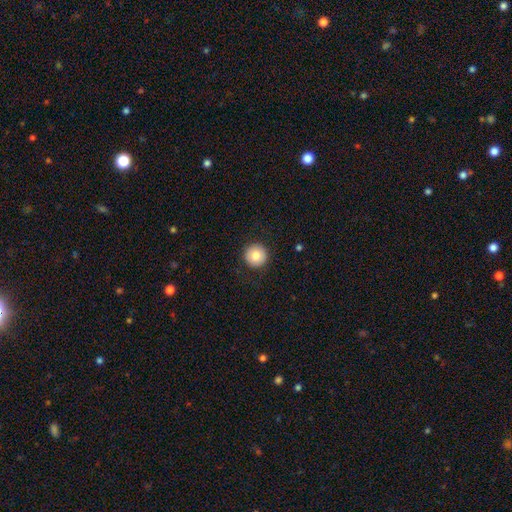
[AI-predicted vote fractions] This appears to be a smooth galaxy with no disk features (81%) that is round (96%). Merging: none (91%).